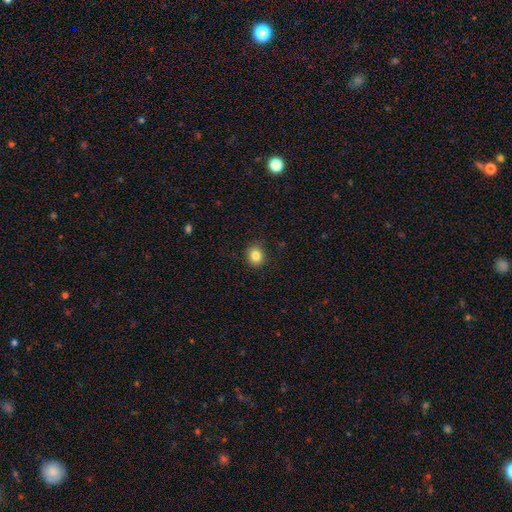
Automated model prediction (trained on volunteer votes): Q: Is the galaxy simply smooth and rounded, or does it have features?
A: smooth — 84%.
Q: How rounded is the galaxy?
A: round — 74%.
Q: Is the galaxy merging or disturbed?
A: none — 89%.